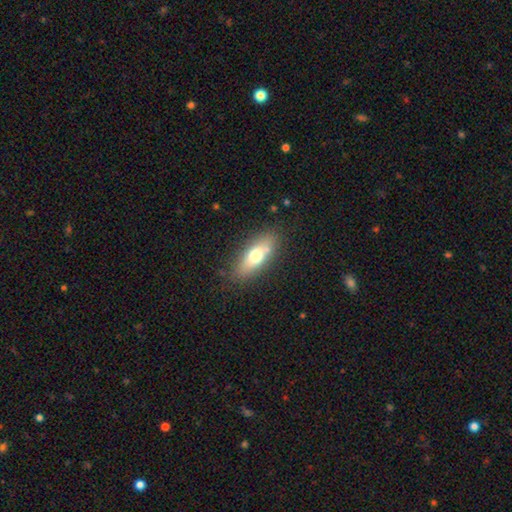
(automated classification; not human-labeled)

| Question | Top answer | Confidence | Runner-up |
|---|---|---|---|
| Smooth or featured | smooth | 67% | featured or disk (26%) |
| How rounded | in between | 69% | cigar-shaped (27%) |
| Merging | none | 79% | minor disturbance (13%) |